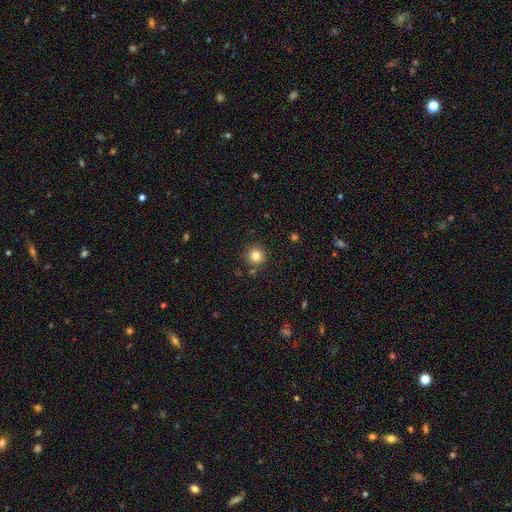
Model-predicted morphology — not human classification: This is clearly a smooth galaxy (83%). How rounded: clearly round (95%). Merging: clearly none (87%).